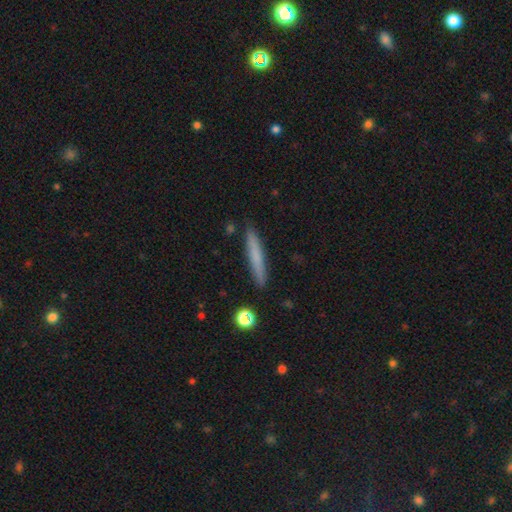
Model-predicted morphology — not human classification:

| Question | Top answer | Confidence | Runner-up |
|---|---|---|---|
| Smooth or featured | smooth | 69% | featured or disk (24%) |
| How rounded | cigar-shaped | 95% | in between (4%) |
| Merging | none | 89% | minor disturbance (8%) |